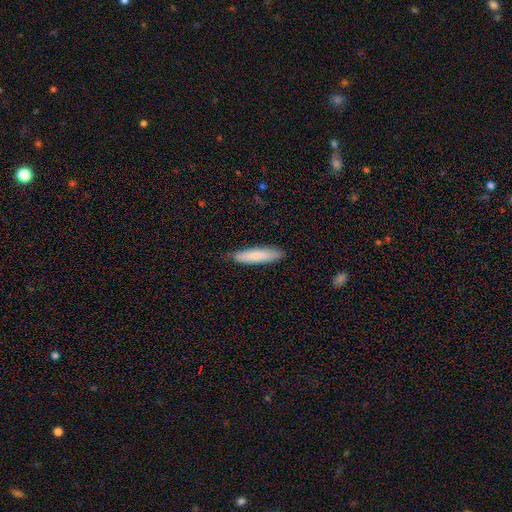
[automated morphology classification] Smooth or featured: smooth — 79% (featured or disk — 16%)
How rounded: cigar-shaped — 80% (in between — 19%)
Merging: none — 82% (minor disturbance — 15%)